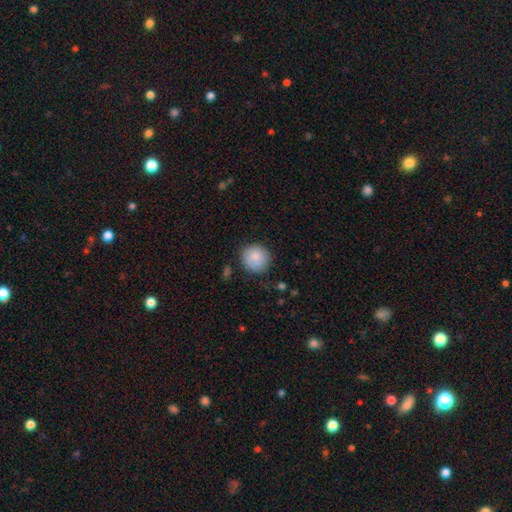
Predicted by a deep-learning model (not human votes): The model was most divided on "merging": none: 83%, minor disturbance: 12%, major disturbance: 3%, merger: 2%. More confident: how rounded — round (92%); smooth or featured — smooth (87%).